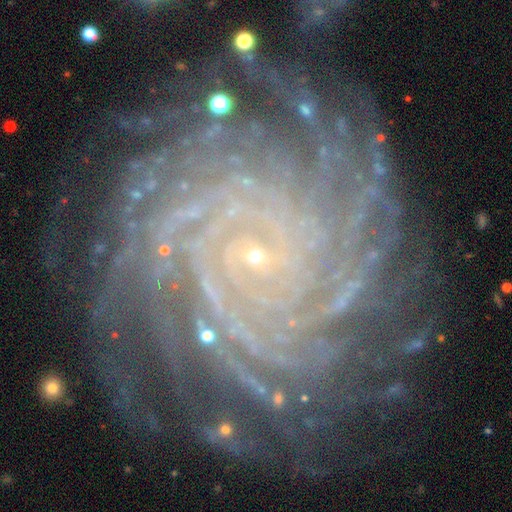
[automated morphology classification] The model was most divided on "spiral arm count": more than 4: 41%, 4: 17%, can't tell: 14%, 3: 10%, 2: 9%, 1: 9%. More confident: spiral arms — yes (99%); edge-on disk — no (98%); smooth or featured — featured or disk (90%); bulge size — small (89%); spiral winding — tight (84%); merging — none (76%); bar — no (64%).